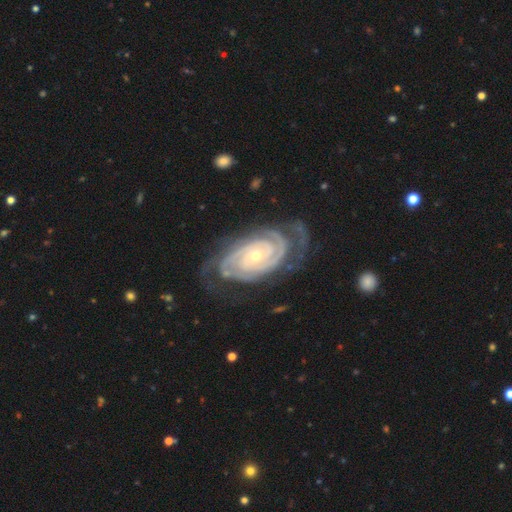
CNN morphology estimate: Smooth or featured: featured or disk — 93% (star or artifact — 4%)
Edge-on disk: no — 97% (yes — 3%)
Bar: no — 72% (weak — 18%)
Spiral arms: yes — 99% (no — 1%)
Spiral winding: tight — 83% (medium — 15%)
Spiral arm count: 2 — 46% (3 — 22%)
Bulge size: small — 68% (moderate — 29%)
Merging: none — 69% (minor disturbance — 20%)